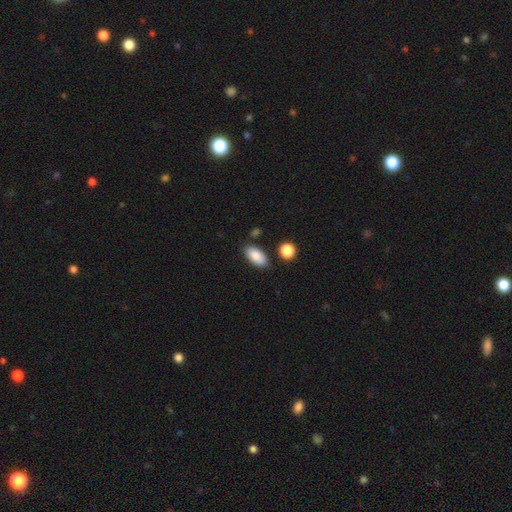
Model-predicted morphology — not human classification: Smooth or featured: smooth — 87% (star or artifact — 7%)
How rounded: in between — 91% (cigar-shaped — 6%)
Merging: none — 83% (minor disturbance — 11%)